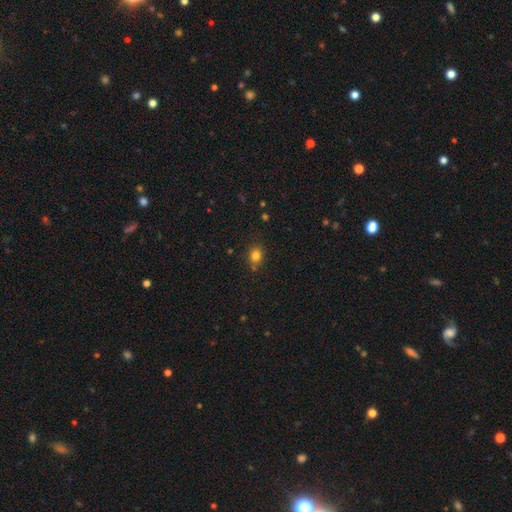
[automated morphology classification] Q: Smooth or featured?
A: smooth (81%); runner-up: star or artifact (13%)
Q: How rounded?
A: round (54%); runner-up: in between (45%)
Q: Merging?
A: none (76%); runner-up: minor disturbance (15%)